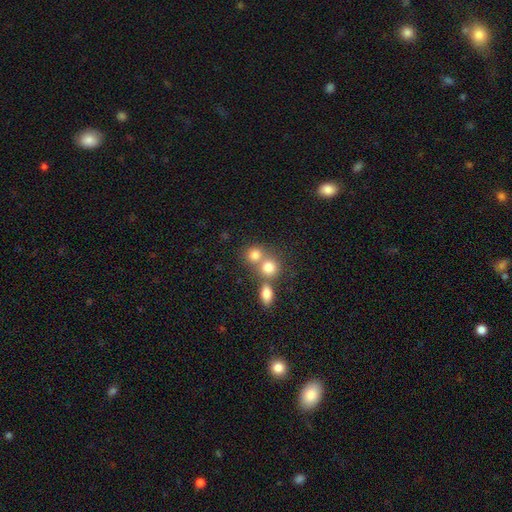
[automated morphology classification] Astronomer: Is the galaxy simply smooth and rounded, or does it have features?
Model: smooth — 75%.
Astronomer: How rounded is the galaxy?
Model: round — 79%.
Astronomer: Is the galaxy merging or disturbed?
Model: merger — 48% (runner-up: none, 43%).